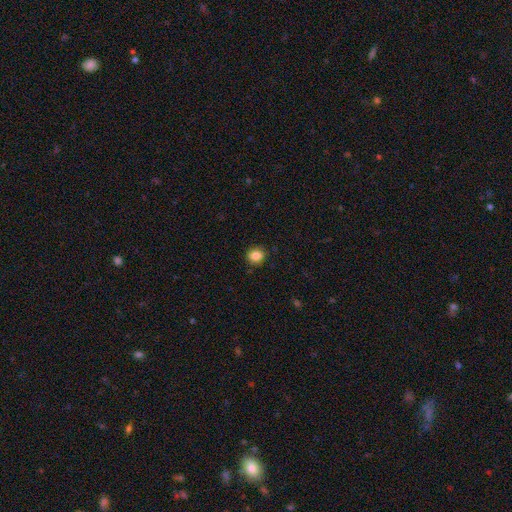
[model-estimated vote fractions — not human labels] Smooth or featured?
  - smooth: 85% *
  - star or artifact: 10%
  - featured or disk: 5%
How rounded?
  - round: 84% *
  - in between: 15%
  - cigar-shaped: 1%
Merging?
  - none: 90% *
  - minor disturbance: 7%
  - major disturbance: 2%
  - merger: 1%